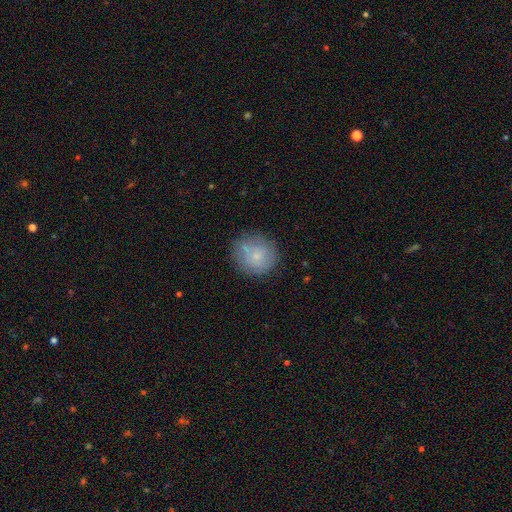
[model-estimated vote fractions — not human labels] A smooth galaxy with no disk features (66%) that is round (87%). Merging: none (73%).